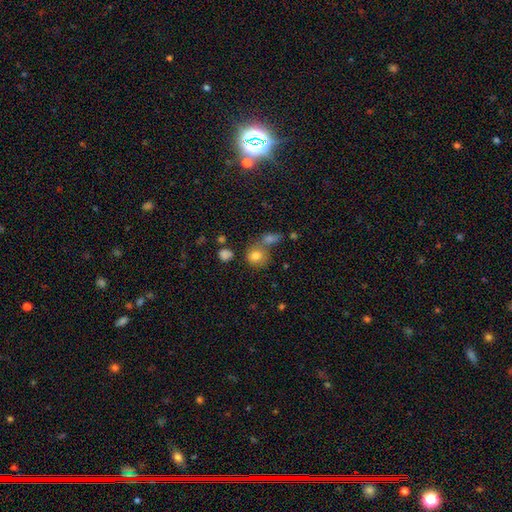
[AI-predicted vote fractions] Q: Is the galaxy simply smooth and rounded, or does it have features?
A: smooth — 79%.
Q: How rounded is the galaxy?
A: round — 71%.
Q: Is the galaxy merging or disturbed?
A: none — 47%.